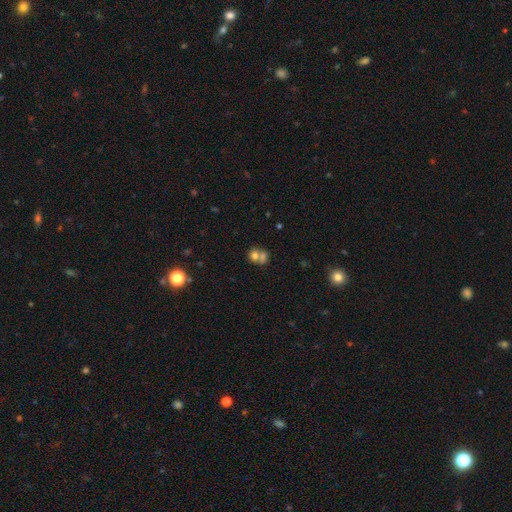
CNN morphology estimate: Q: Smooth or featured?
A: smooth (68%); runner-up: featured or disk (19%)
Q: How rounded?
A: round (68%); runner-up: in between (31%)
Q: Merging?
A: merger (59%); runner-up: none (29%)